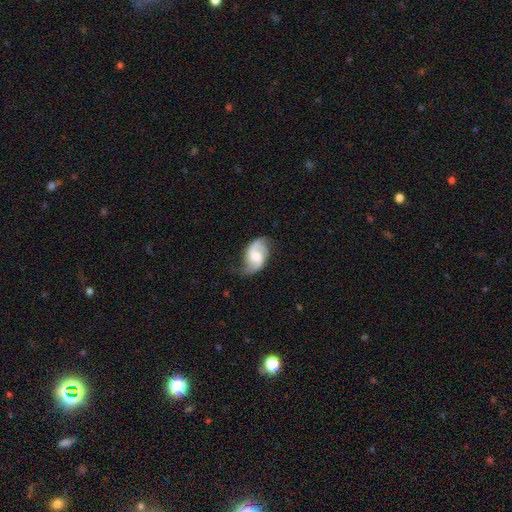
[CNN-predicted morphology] type=featured or disk (82%); edge-on=no (98%); bar=no (48%); spiral arms=yes (96%); winding=medium (45%); arm count=2 (90%); bulge=moderate (46%); merging=none (65%).